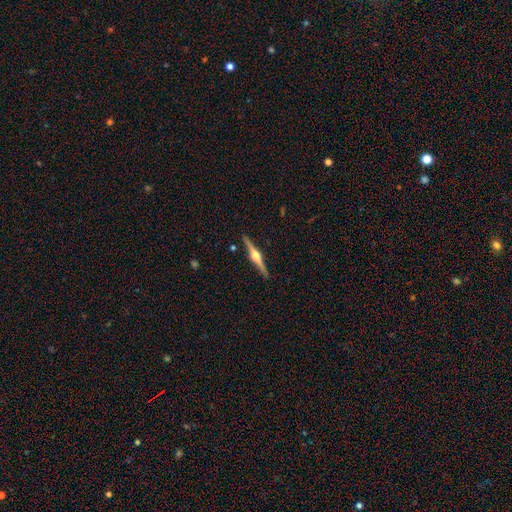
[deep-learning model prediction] smooth-or-featured: featured or disk: 85% | smooth: 10% | star or artifact: 5%
  disk-edge-on: yes: 99% | no: 1%
    edge-on-bulge: rounded: 95% | boxy: 3% | none: 1%
  merging: none: 92% | minor disturbance: 6% | major disturbance: 1% | merger: 1%